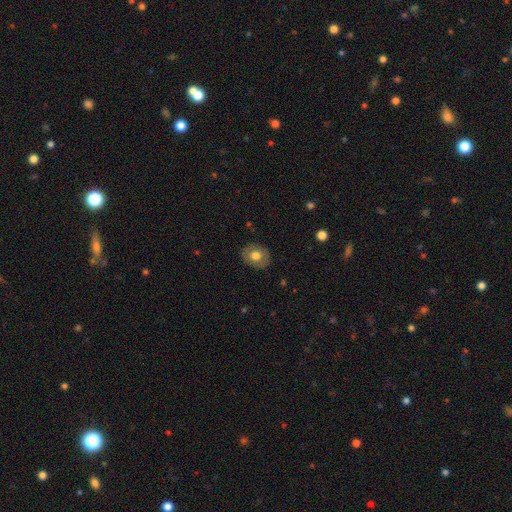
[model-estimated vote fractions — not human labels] Smooth or featured?
  - smooth: 67% *
  - featured or disk: 25%
  - star or artifact: 8%
How rounded?
  - in between: 52% *
  - round: 47%
  - cigar-shaped: 1%
Merging?
  - none: 85% *
  - minor disturbance: 11%
  - major disturbance: 3%
  - merger: 1%